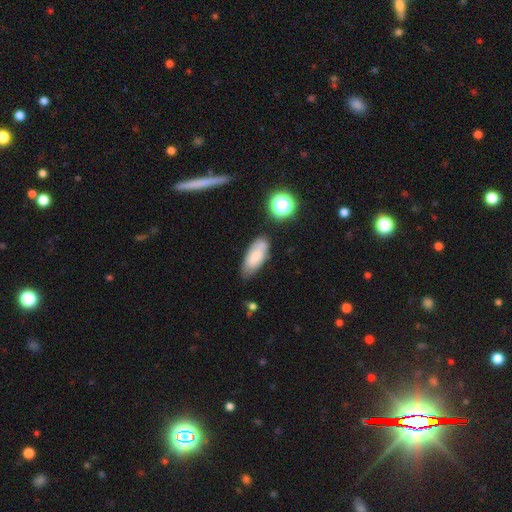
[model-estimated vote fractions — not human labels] The model was most divided on "merging": none: 68%, minor disturbance: 21%, merger: 5%, major disturbance: 5%. More confident: how rounded — in between (83%); smooth or featured — smooth (76%).